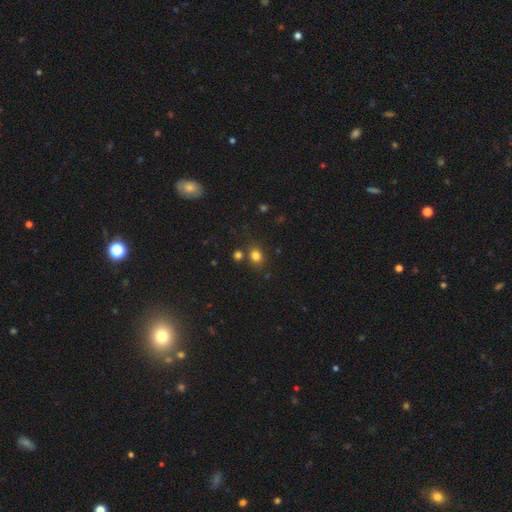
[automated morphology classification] This appears to be a smooth galaxy with no disk features (80%) that is round (62%). Merging: none (75%).